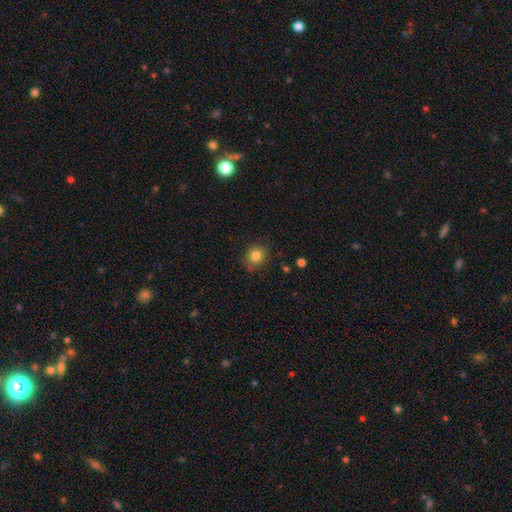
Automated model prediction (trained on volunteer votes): Smooth or featured: smooth — 82% (star or artifact — 11%)
How rounded: round — 74% (in between — 25%)
Merging: none — 80% (minor disturbance — 14%)